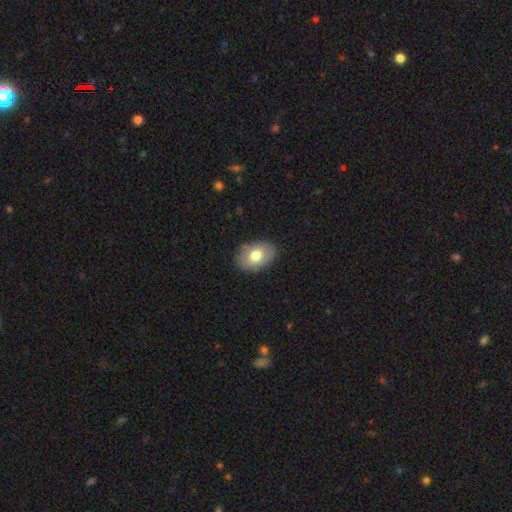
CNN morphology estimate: The model was most divided on "smooth or featured": smooth: 70%, featured or disk: 23%, star or artifact: 7%. More confident: how rounded — in between (83%); merging — none (80%).